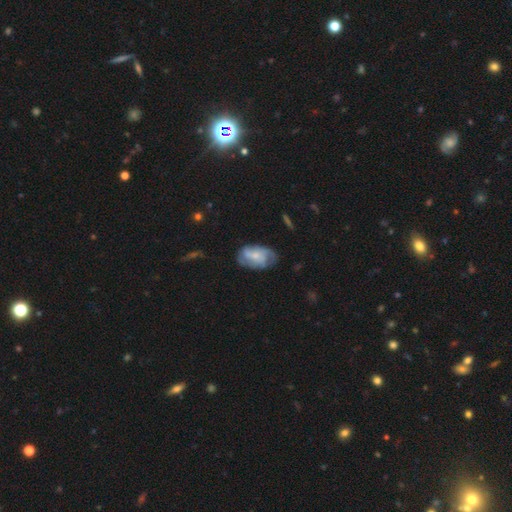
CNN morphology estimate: Q: Smooth or featured?
A: featured or disk (54%); runner-up: smooth (39%)
Q: Edge-on disk?
A: no (96%); runner-up: yes (4%)
Q: Bar?
A: no (71%); runner-up: weak (24%)
Q: Spiral arms?
A: yes (73%); runner-up: no (27%)
Q: Bulge size?
A: small (59%); runner-up: moderate (28%)
Q: Merging?
A: none (55%); runner-up: minor disturbance (28%)